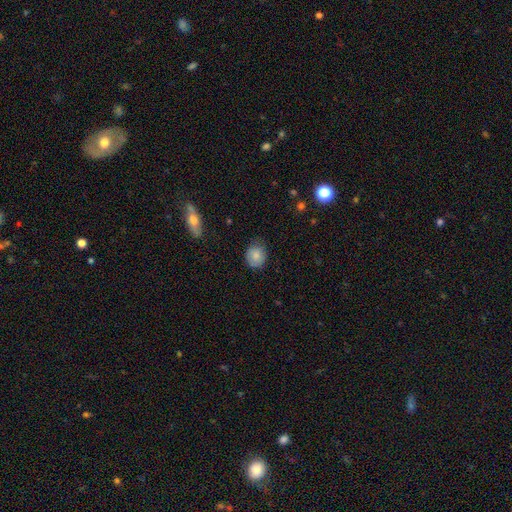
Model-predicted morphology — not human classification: smooth-or-featured: smooth: 81% | featured or disk: 11% | star or artifact: 8%
  how-rounded: round: 68% | in between: 31% | cigar-shaped: 1%
  merging: none: 73% | minor disturbance: 22% | major disturbance: 4% | merger: 1%